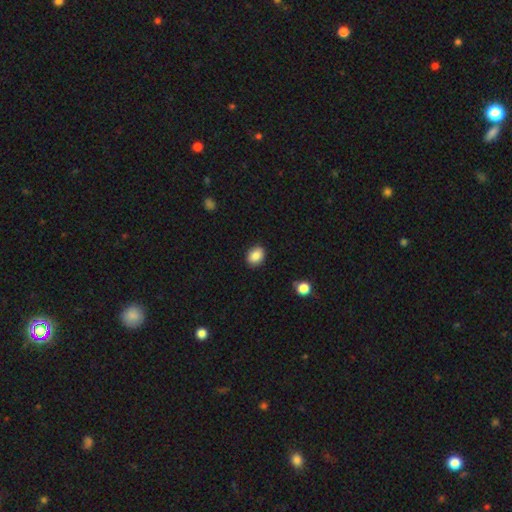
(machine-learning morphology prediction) Smooth or featured? Predicted: smooth (p=0.88). How rounded? Predicted: in between (p=0.58). Merging? Predicted: none (p=0.89).